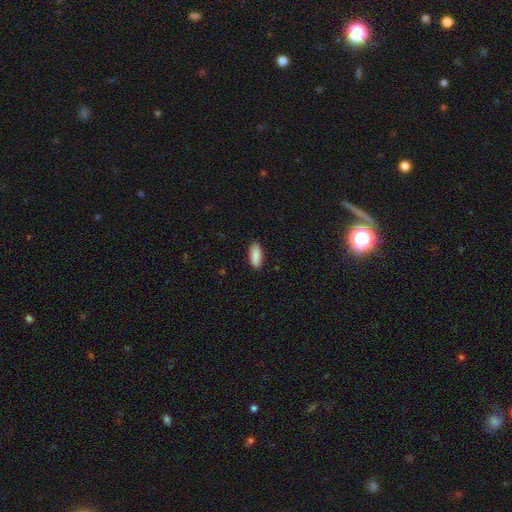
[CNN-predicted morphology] Smooth or featured? Predicted: smooth (p=0.90). How rounded? Predicted: in between (p=0.79). Merging? Predicted: none (p=0.89).